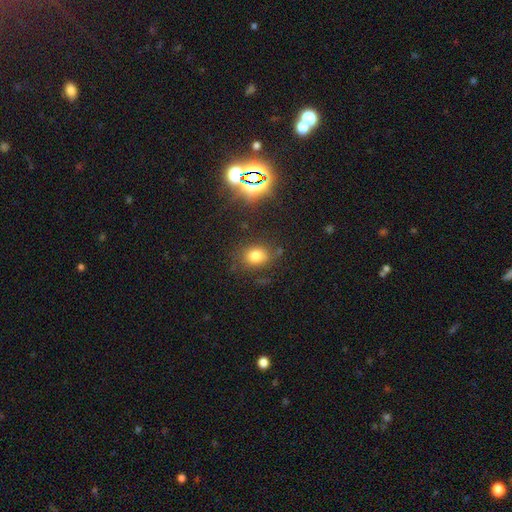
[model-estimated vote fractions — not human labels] The model was most divided on "how rounded": in between: 51%, round: 47%, cigar-shaped: 1%. More confident: merging — none (74%); smooth or featured — smooth (74%).